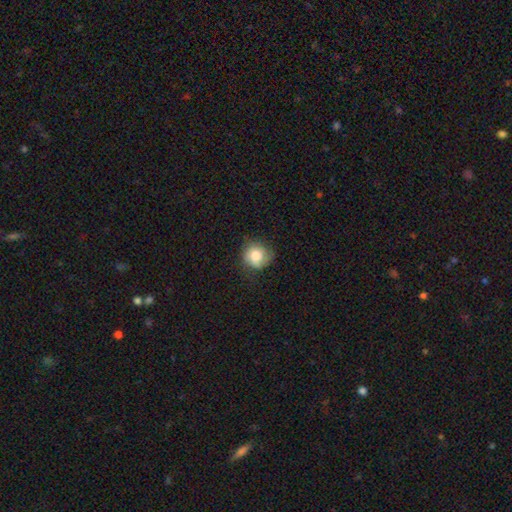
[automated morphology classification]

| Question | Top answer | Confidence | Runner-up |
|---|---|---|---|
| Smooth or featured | smooth | 76% | featured or disk (16%) |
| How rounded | round | 83% | in between (16%) |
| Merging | none | 65% | minor disturbance (26%) |